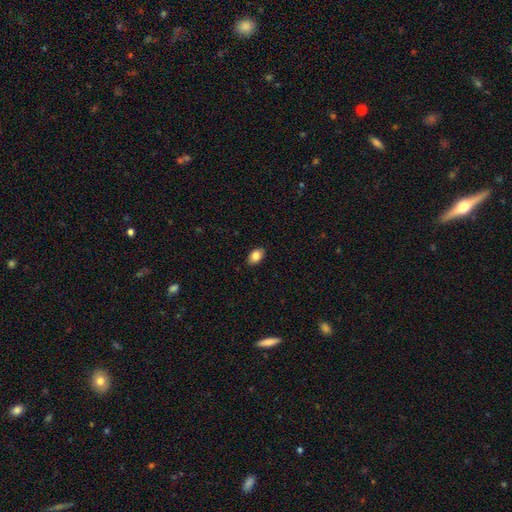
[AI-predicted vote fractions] A smooth galaxy with no disk features (85%) that is in between round and cigar-shaped (88%). Merging: none (88%).